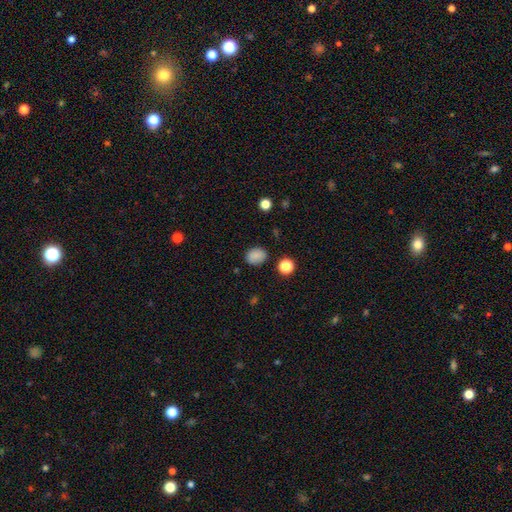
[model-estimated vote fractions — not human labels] Morphology: type=smooth (84%); roundness=in between (52%); merging=none (82%).